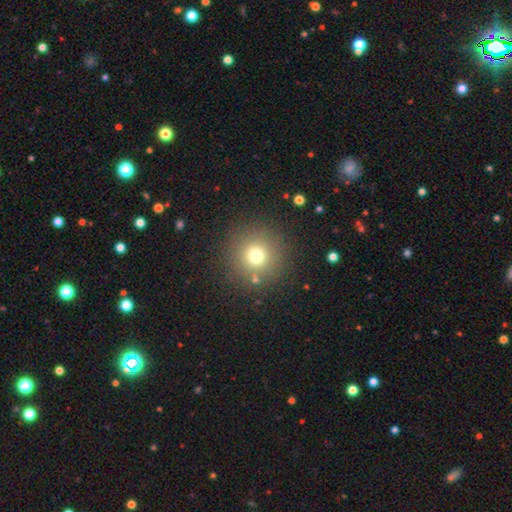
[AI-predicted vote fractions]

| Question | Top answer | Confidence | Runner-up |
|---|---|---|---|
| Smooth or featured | smooth | 72% | star or artifact (18%) |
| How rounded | round | 95% | in between (4%) |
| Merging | none | 86% | minor disturbance (7%) |